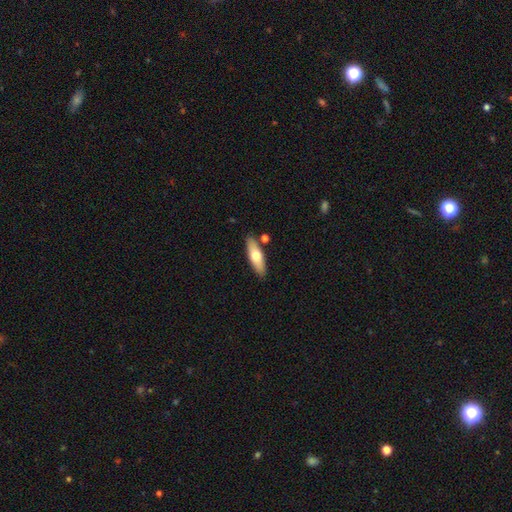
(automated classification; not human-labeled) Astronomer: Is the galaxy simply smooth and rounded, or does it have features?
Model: smooth — 61%.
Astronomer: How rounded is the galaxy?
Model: in between — 50% (runner-up: cigar-shaped, 48%).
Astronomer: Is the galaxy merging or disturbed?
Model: none — 83%.